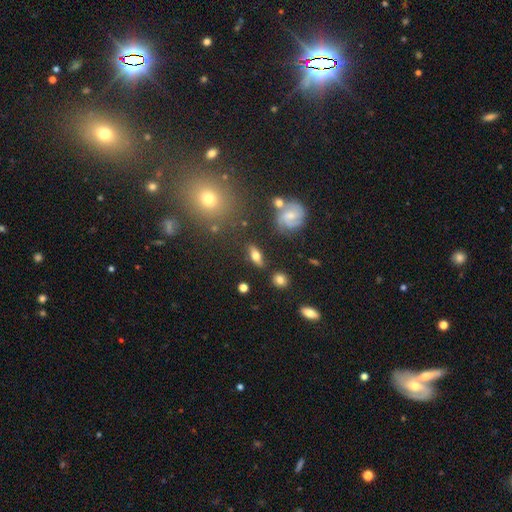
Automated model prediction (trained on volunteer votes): Overall: smooth (50%; featured or disk 42%). Merging: none (79%).